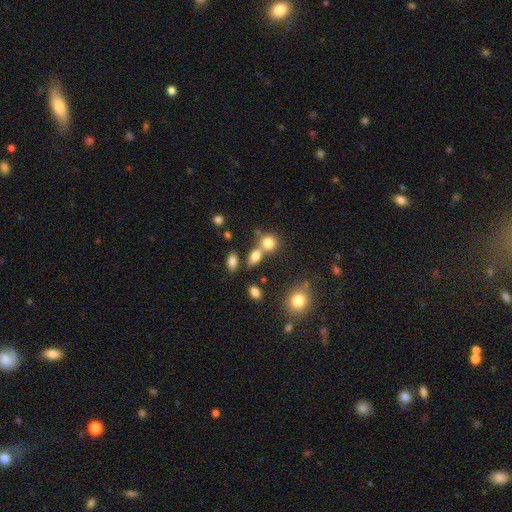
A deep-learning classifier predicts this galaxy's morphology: Smooth or featured: smooth — 77% (star or artifact — 12%)
How rounded: in between — 55% (round — 40%)
Merging: none — 51% (merger — 35%)